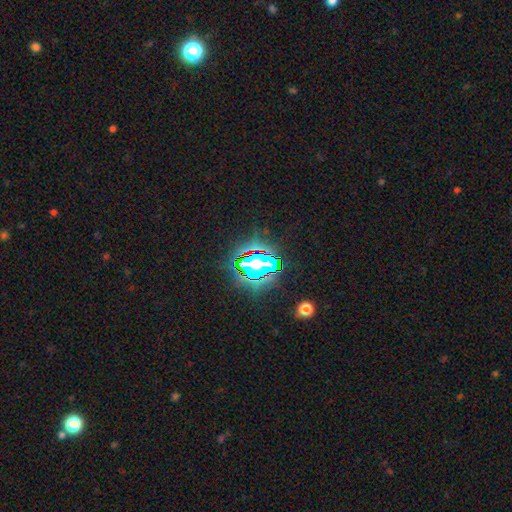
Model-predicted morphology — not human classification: A star or artifact, not a galaxy (80%).

Vote fractions:
- Smooth or featured? star or artifact: 80% / smooth: 11% / featured or disk: 8%